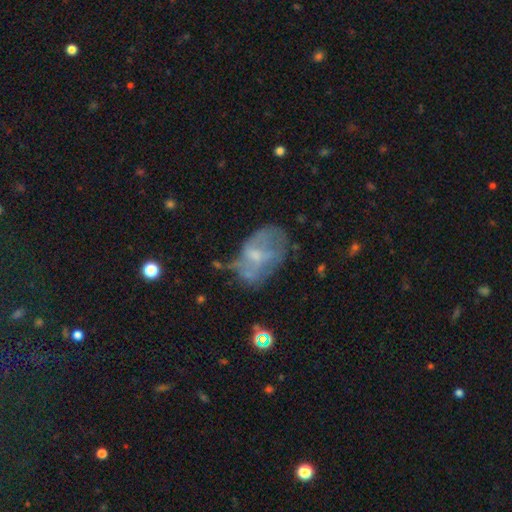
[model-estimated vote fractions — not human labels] A featured or disk galaxy (55%) with no bar (57%), no spiral arms (60%) and a small central bulge (53%).

Vote fractions:
- Smooth or featured? featured or disk: 55% / smooth: 34% / star or artifact: 11%
- Edge-on disk? no: 96% / yes: 4%
- Bar? no: 57% / weak: 36% / strong: 7%
- Spiral arms? no: 60% / yes: 40%
- Bulge size? small: 53% / moderate: 29% / none: 15% / large: 2% / dominant: 1%
- Merging? none: 40% / minor disturbance: 28% / major disturbance: 26% / merger: 6%